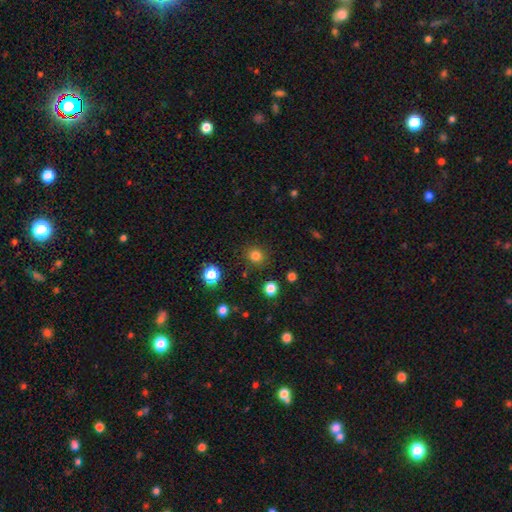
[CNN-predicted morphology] Q: Smooth or featured?
A: smooth (81%); runner-up: star or artifact (14%)
Q: How rounded?
A: round (87%); runner-up: in between (12%)
Q: Merging?
A: none (88%); runner-up: minor disturbance (7%)